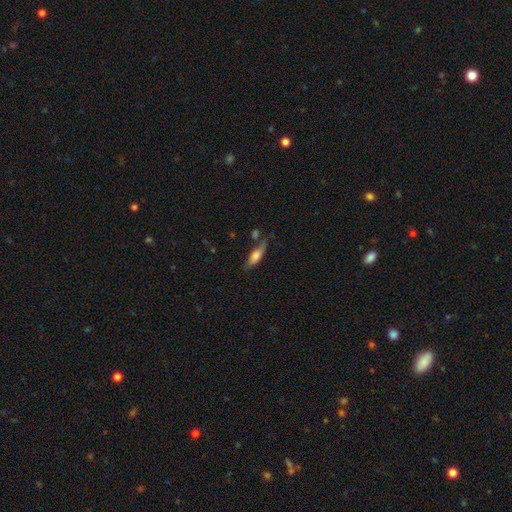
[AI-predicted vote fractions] Smooth or featured: smooth — 58% (featured or disk — 34%)
How rounded: cigar-shaped — 49% (in between — 48%)
Merging: none — 58% (minor disturbance — 23%)